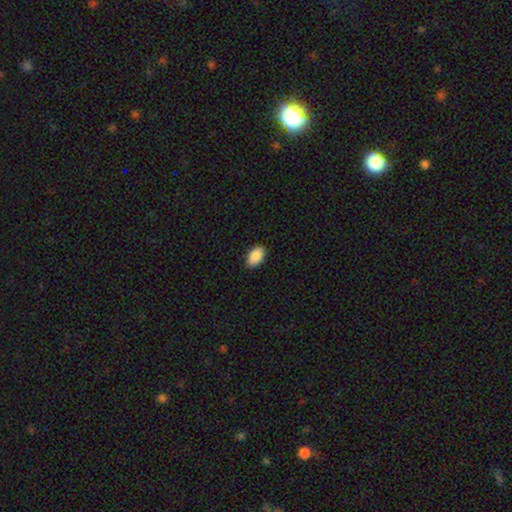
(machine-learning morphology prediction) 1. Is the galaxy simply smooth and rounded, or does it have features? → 89% smooth, 7% star or artifact, 4% featured or disk.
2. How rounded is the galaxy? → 94% in between, 4% round, 2% cigar-shaped.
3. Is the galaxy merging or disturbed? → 88% none, 9% minor disturbance, 2% major disturbance, 1% merger.